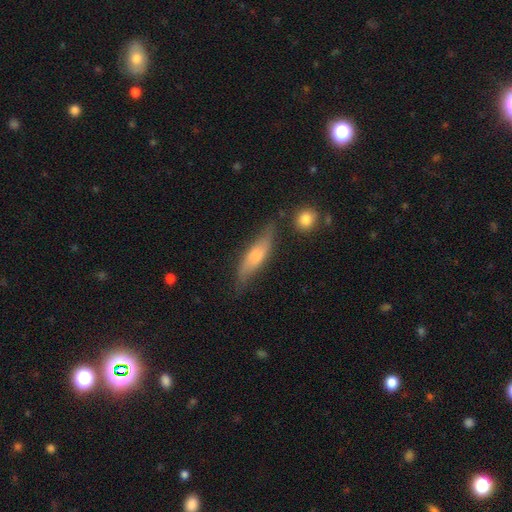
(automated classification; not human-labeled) Smooth or featured? smooth (56%)
How rounded? cigar-shaped (65%)
Merging? none (65%)